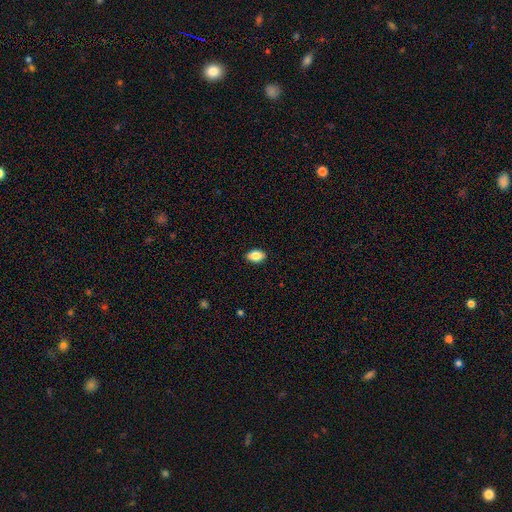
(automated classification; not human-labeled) Morphology: type=smooth (86%); roundness=in between (90%); merging=none (89%).